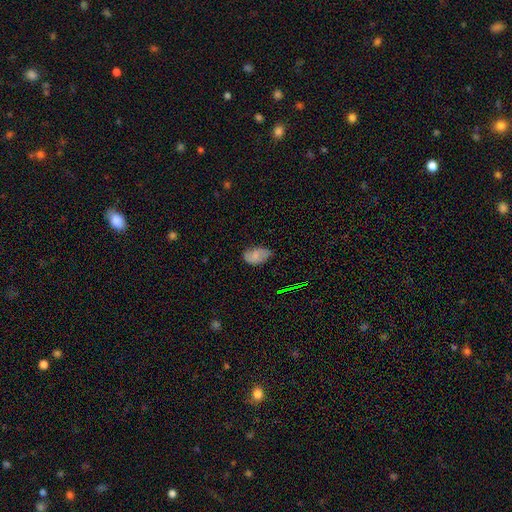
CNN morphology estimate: type=smooth (66%); roundness=in between (90%); merging=none (59%).